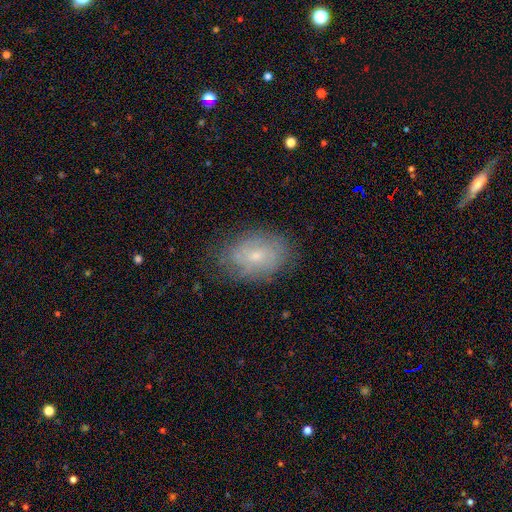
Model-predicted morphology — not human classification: smooth-or-featured: featured or disk: 57% | smooth: 34% | star or artifact: 9%
  disk-edge-on: no: 96% | yes: 4%
    bar: no: 68% | weak: 28% | strong: 4%
    has-spiral-arms: yes: 77% | no: 23%
    bulge-size: small: 67% | moderate: 28% | none: 3% | large: 1% | dominant: 1%
  merging: none: 74% | minor disturbance: 19% | major disturbance: 6% | merger: 1%